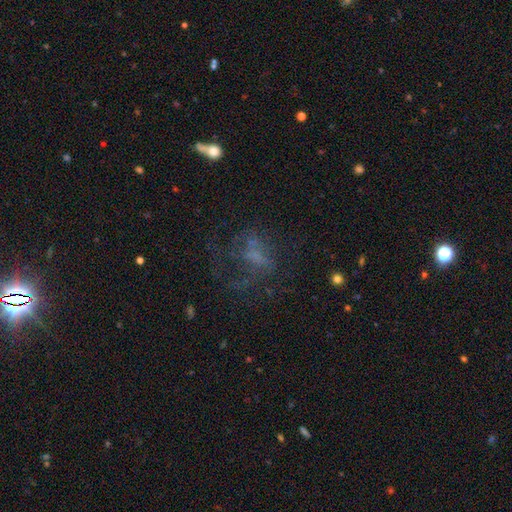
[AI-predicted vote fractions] Smooth or featured?
  - featured or disk: 45% *
  - smooth: 29%
  - star or artifact: 26%
Merging?
  - none: 42% *
  - major disturbance: 38%
  - minor disturbance: 17%
  - merger: 4%